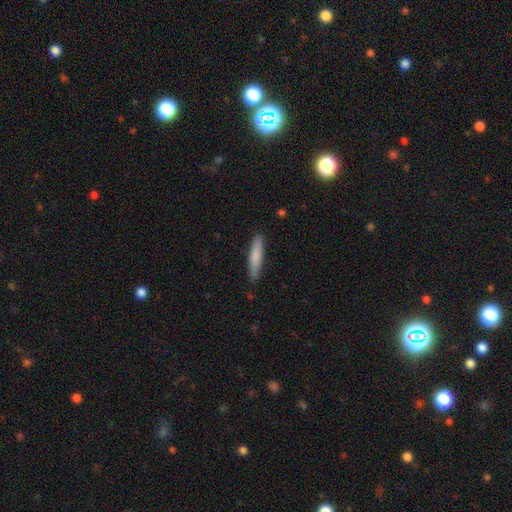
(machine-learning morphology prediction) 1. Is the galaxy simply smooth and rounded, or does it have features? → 79% smooth, 16% featured or disk, 5% star or artifact.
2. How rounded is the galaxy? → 87% cigar-shaped, 12% in between, 1% round.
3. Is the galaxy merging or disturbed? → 88% none, 9% minor disturbance, 2% major disturbance, 1% merger.